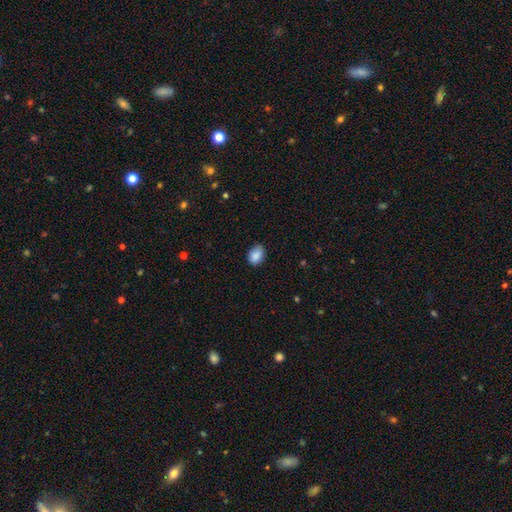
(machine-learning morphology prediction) A smooth galaxy with no disk features (88%) that is in between round and cigar-shaped (75%). Merging: none (79%).